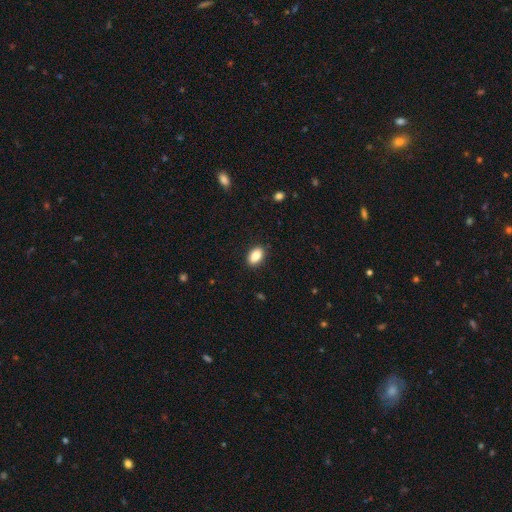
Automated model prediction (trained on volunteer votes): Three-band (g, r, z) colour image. It shows a smooth galaxy with no disk features (87%) that is in between round and cigar-shaped (90%). Merging: none (89%).